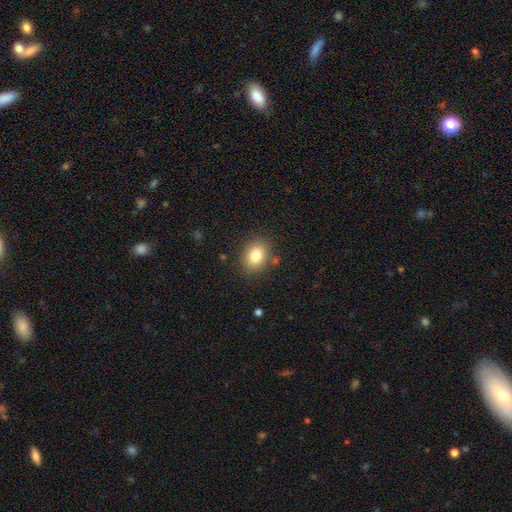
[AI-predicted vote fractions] Smooth or featured?
  - smooth: 81% *
  - star or artifact: 10%
  - featured or disk: 9%
How rounded?
  - in between: 65% *
  - round: 34%
  - cigar-shaped: 1%
Merging?
  - none: 84% *
  - minor disturbance: 10%
  - major disturbance: 3%
  - merger: 2%